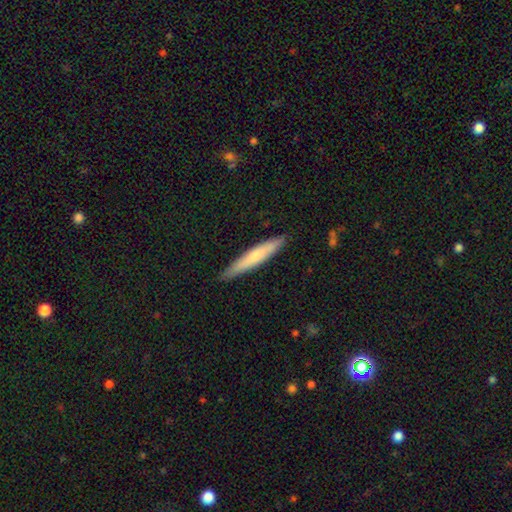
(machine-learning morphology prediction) This is likely a smooth galaxy (64%). How rounded: clearly cigar-shaped (93%). Merging: clearly none (87%).